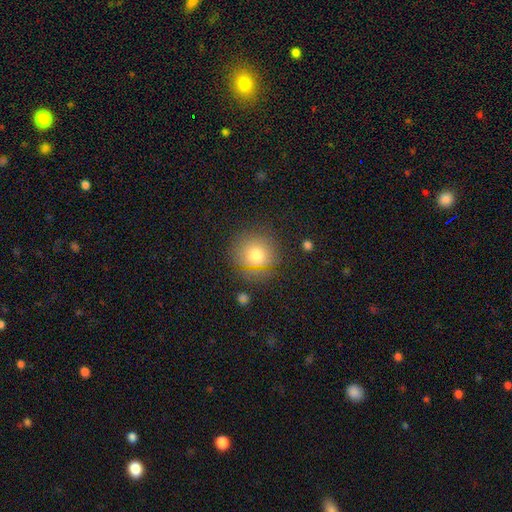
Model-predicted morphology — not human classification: This is likely a smooth galaxy (75%). How rounded: clearly round (88%). Merging: likely none (77%).